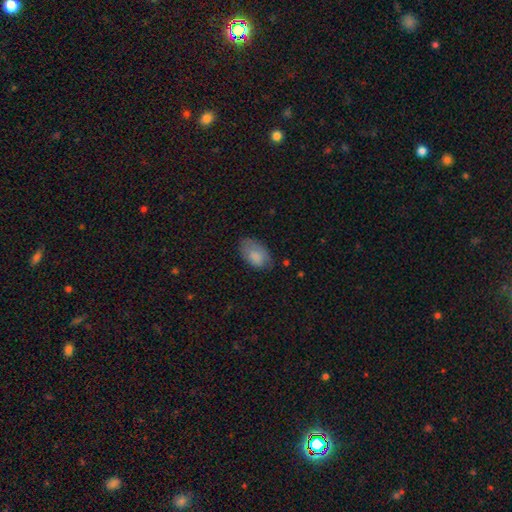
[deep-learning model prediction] Smooth or featured? Predicted: smooth (p=0.81). How rounded? Predicted: in between (p=0.93). Merging? Predicted: none (p=0.63).